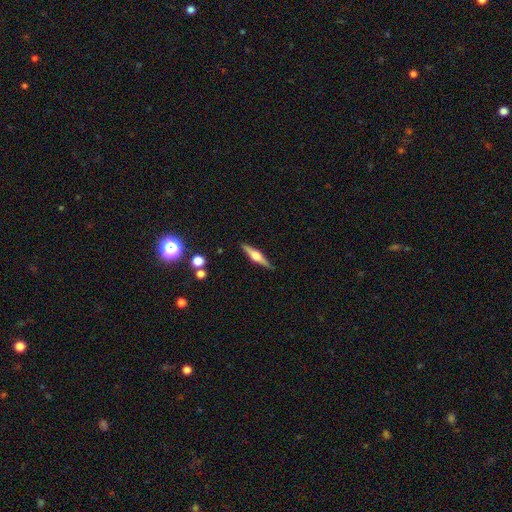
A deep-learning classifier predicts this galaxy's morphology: Smooth or featured? featured or disk (74%)
Edge-on disk? yes (98%)
Edge-on bulge? rounded (91%)
Merging? none (90%)